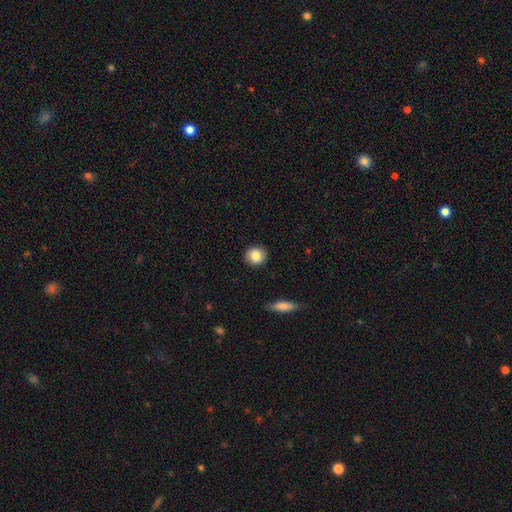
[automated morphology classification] smooth-or-featured: smooth: 85% | star or artifact: 8% | featured or disk: 8%
  how-rounded: round: 86% | in between: 13% | cigar-shaped: 1%
  merging: none: 91% | minor disturbance: 6% | major disturbance: 2% | merger: 1%